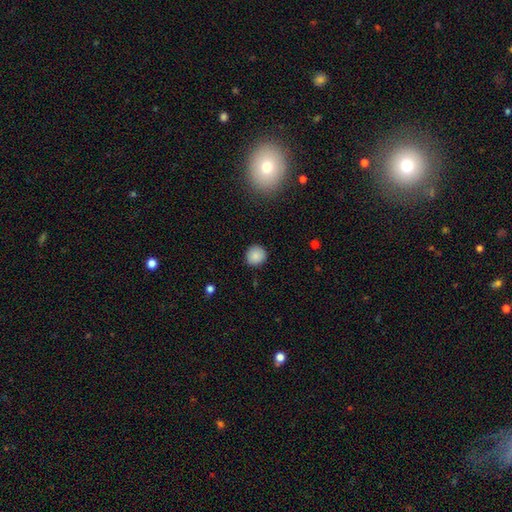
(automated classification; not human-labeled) Smooth or featured: smooth — 87% (star or artifact — 9%)
How rounded: round — 91% (in between — 8%)
Merging: none — 90% (minor disturbance — 7%)